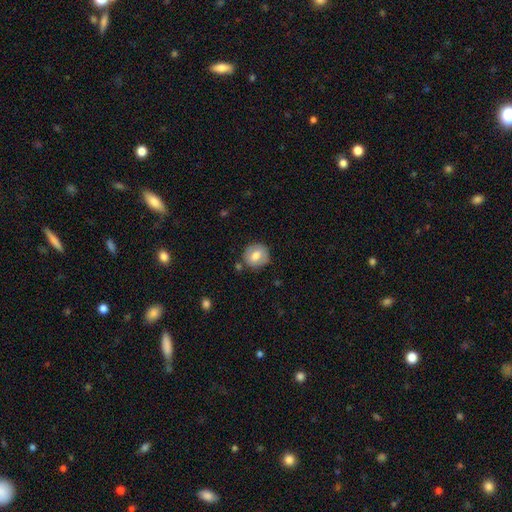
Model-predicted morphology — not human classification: A smooth galaxy with no disk features (66%) that is round (78%).

Vote fractions:
- Smooth or featured? smooth: 66% / featured or disk: 26% / star or artifact: 7%
- How rounded? round: 78% / in between: 21% / cigar-shaped: 1%
- Merging? none: 77% / minor disturbance: 15% / merger: 4% / major disturbance: 4%